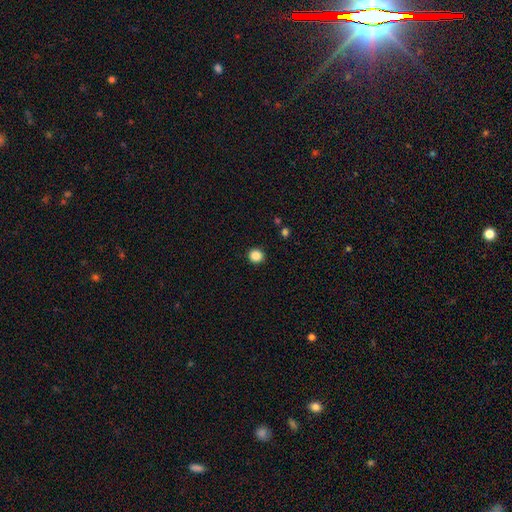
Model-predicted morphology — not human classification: Smooth or featured?
  - smooth: 86% *
  - star or artifact: 11%
  - featured or disk: 3%
How rounded?
  - round: 93% *
  - in between: 6%
  - cigar-shaped: 1%
Merging?
  - none: 93% *
  - minor disturbance: 5%
  - major disturbance: 2%
  - merger: 1%